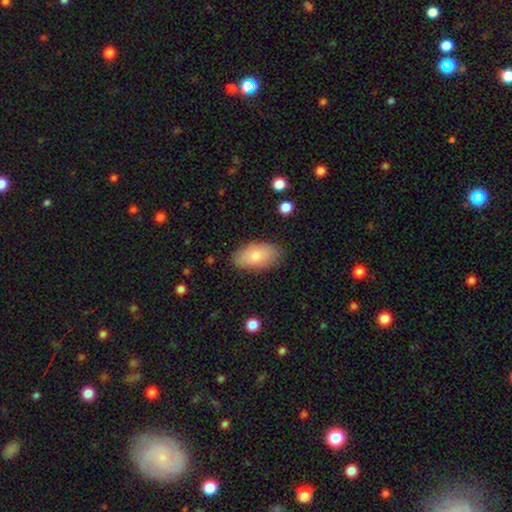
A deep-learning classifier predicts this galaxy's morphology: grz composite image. It shows a smooth galaxy with no disk features (80%) that is in between round and cigar-shaped (94%). Merging: none (81%).